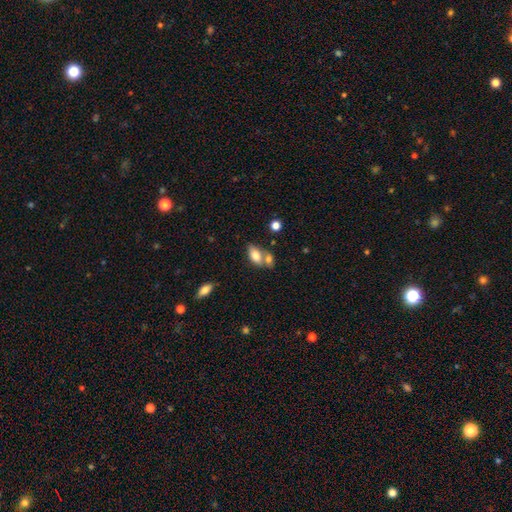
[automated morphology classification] smooth-or-featured: smooth: 76% | featured or disk: 16% | star or artifact: 8%
  how-rounded: in between: 89% | cigar-shaped: 6% | round: 6%
  merging: merger: 46% | none: 38% | minor disturbance: 12% | major disturbance: 5%